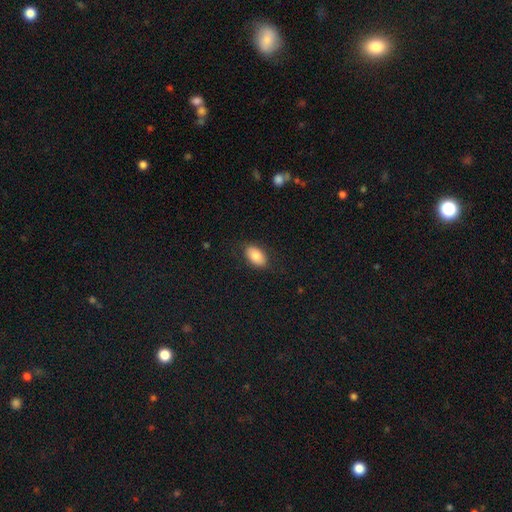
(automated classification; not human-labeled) Smooth or featured?
  - smooth: 83% *
  - featured or disk: 10%
  - star or artifact: 7%
How rounded?
  - in between: 92% *
  - round: 7%
  - cigar-shaped: 2%
Merging?
  - none: 84% *
  - minor disturbance: 12%
  - major disturbance: 3%
  - merger: 1%